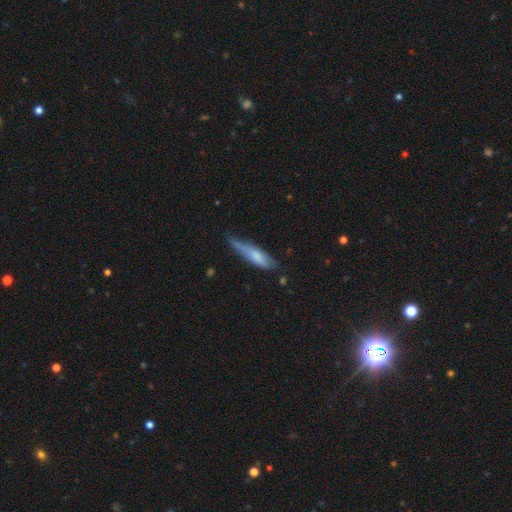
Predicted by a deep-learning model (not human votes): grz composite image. It shows a smooth galaxy with no disk features (61%) that is cigar-shaped (72%). Merging: none (46%).